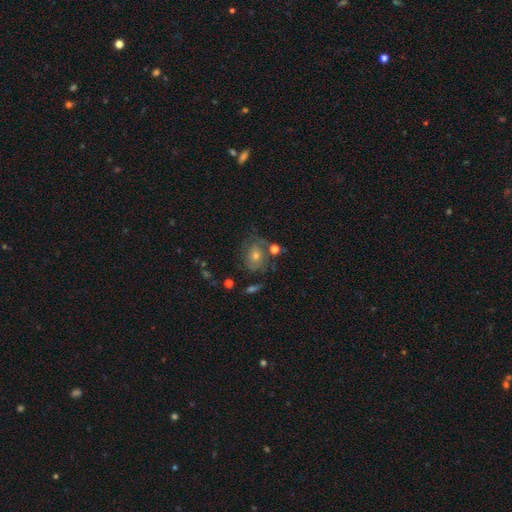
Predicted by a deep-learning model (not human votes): This appears to be a featured or disk galaxy (44%). Merging: none (62%).